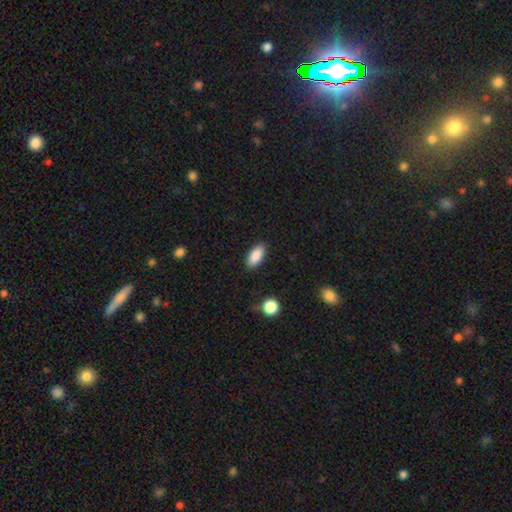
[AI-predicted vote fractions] Smooth or featured? smooth (88%)
How rounded? in between (90%)
Merging? none (87%)